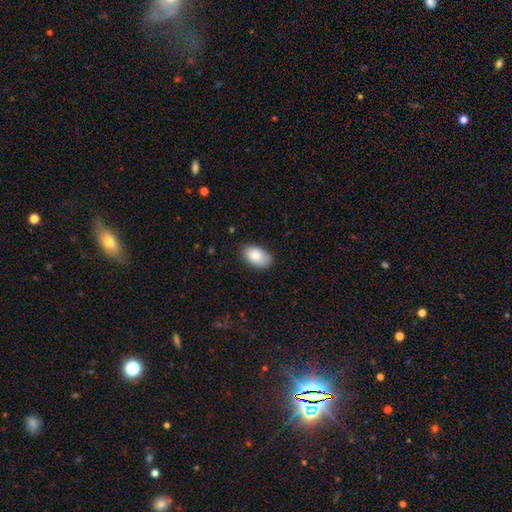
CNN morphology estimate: Q: Smooth or featured?
A: smooth (87%); runner-up: featured or disk (6%)
Q: How rounded?
A: in between (93%); runner-up: round (6%)
Q: Merging?
A: none (81%); runner-up: minor disturbance (15%)